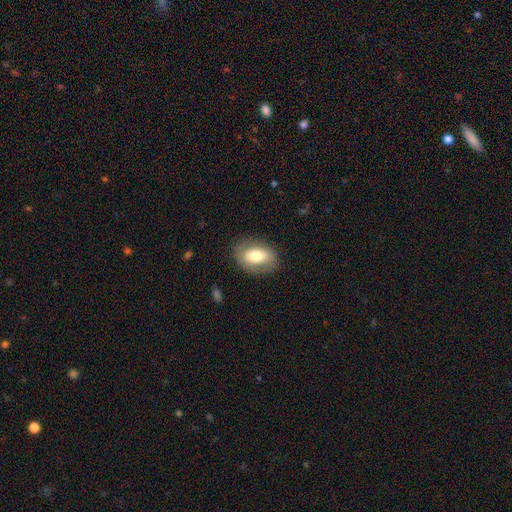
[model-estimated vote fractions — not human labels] smooth-or-featured: smooth: 64% | featured or disk: 29% | star or artifact: 7%
  how-rounded: in between: 85% | round: 13% | cigar-shaped: 2%
  merging: none: 79% | minor disturbance: 14% | major disturbance: 5% | merger: 1%